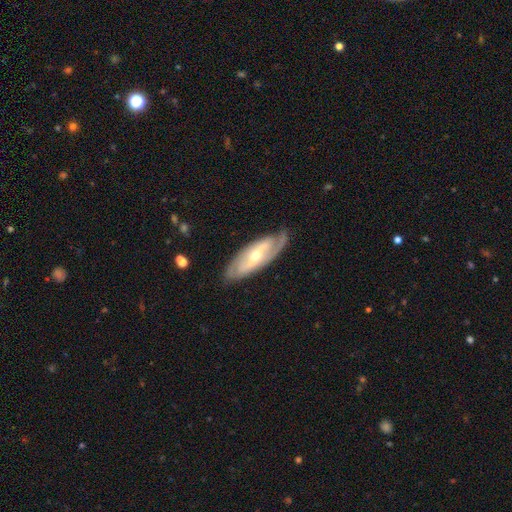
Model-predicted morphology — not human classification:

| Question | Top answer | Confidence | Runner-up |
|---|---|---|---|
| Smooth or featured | featured or disk | 80% | smooth (15%) |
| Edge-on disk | no | 86% | yes (14%) |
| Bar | weak | 36% | no (32%) |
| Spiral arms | yes | 89% | no (11%) |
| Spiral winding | tight | 46% | medium (38%) |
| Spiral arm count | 2 | 68% | can't tell (17%) |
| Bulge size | moderate | 51% | small (45%) |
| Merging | none | 77% | minor disturbance (16%) |